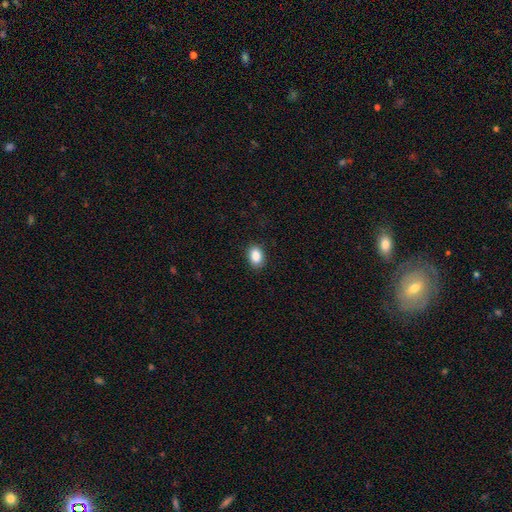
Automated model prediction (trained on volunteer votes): This is clearly a smooth galaxy (88%). How rounded: likely in between (78%). Merging: clearly none (88%).